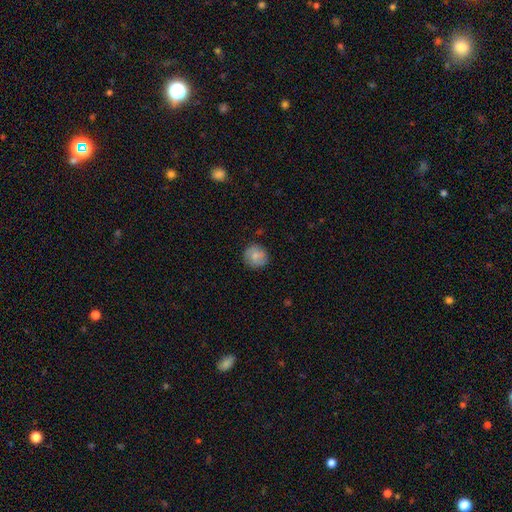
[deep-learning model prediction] Smooth or featured? Predicted: smooth (p=0.78). How rounded? Predicted: round (p=0.90). Merging? Predicted: none (p=0.83).